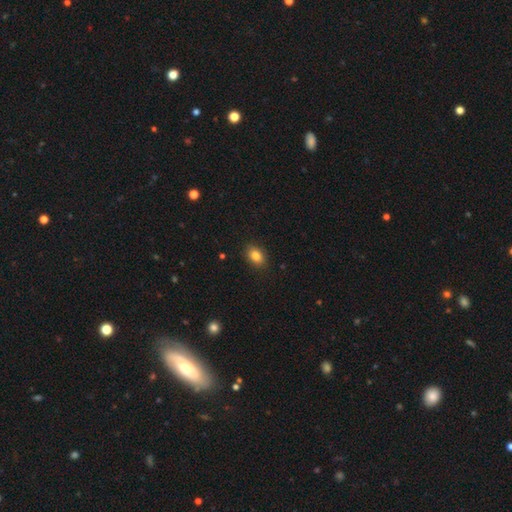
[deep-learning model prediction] A smooth galaxy with no disk features (84%) that is in between round and cigar-shaped (77%). Merging: none (89%).